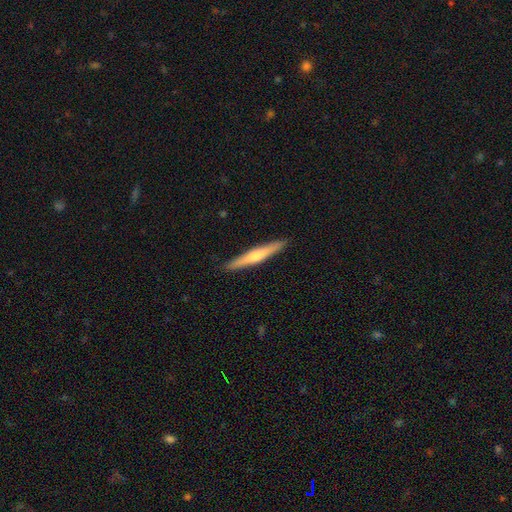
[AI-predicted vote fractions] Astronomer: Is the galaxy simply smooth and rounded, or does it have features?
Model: featured or disk — 51% (runner-up: smooth, 43%).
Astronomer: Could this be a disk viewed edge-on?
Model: yes — 97%.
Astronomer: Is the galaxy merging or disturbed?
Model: none — 92%.